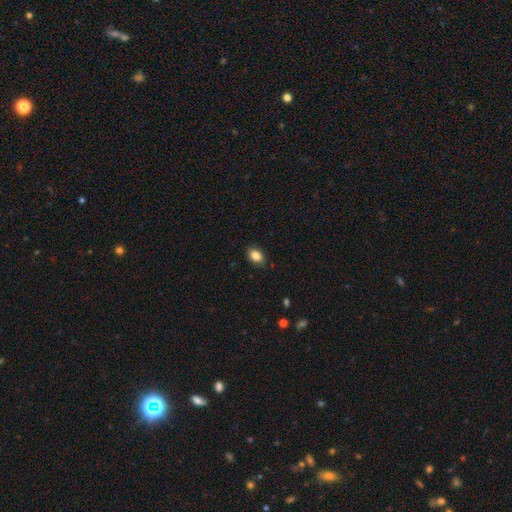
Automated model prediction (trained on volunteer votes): smooth-or-featured: smooth: 85% | star or artifact: 9% | featured or disk: 6%
  how-rounded: in between: 80% | round: 19% | cigar-shaped: 1%
  merging: none: 87% | minor disturbance: 10% | major disturbance: 2% | merger: 1%